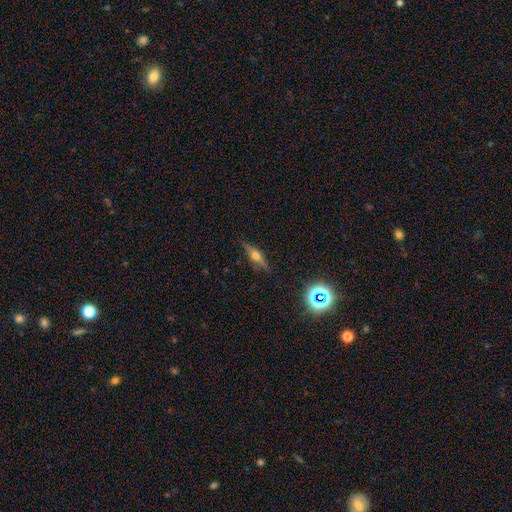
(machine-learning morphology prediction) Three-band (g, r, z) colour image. It shows a featured or disk galaxy (56%) viewed edge-on (93%) with a rounded central bulge (91%). Merging: none (85%).